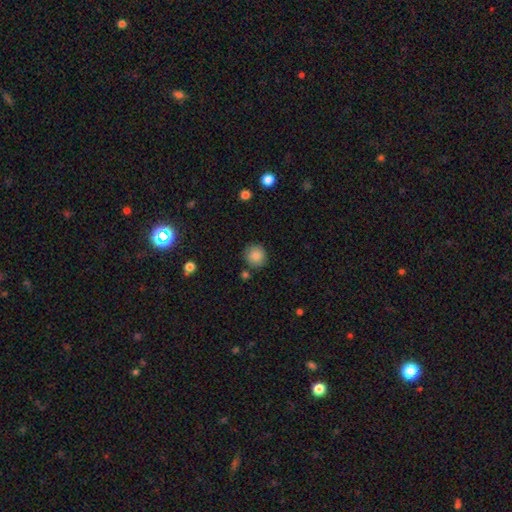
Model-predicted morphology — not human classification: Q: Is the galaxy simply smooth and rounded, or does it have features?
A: smooth — 87%.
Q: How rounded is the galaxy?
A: round — 92%.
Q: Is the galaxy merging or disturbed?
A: none — 84%.